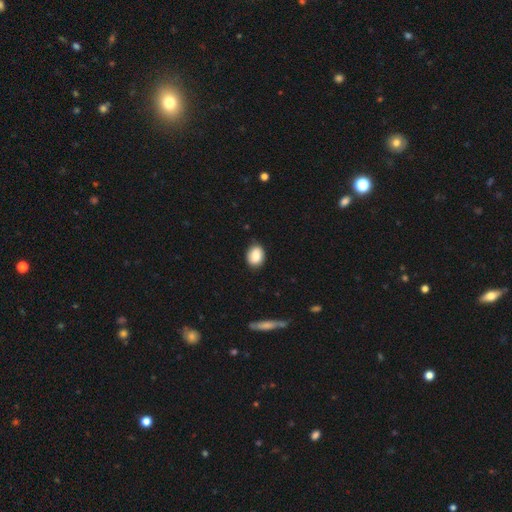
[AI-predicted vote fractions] Smooth or featured: smooth — 85% (star or artifact — 7%)
How rounded: in between — 63% (round — 36%)
Merging: none — 83% (minor disturbance — 14%)